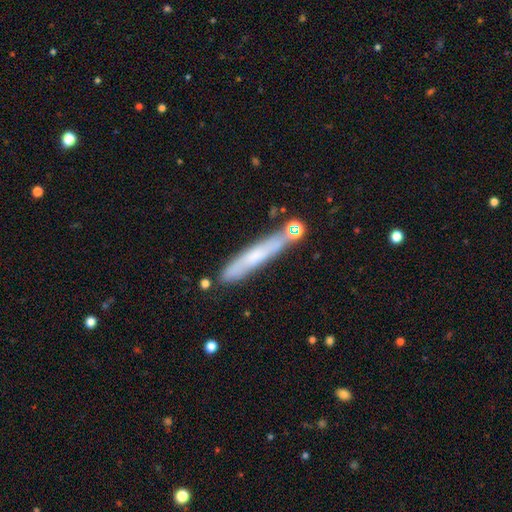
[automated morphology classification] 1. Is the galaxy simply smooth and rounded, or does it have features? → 51% smooth, 41% featured or disk, 7% star or artifact.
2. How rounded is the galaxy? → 93% cigar-shaped, 5% in between, 1% round.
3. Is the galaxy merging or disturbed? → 67% none, 16% minor disturbance, 13% merger, 4% major disturbance.